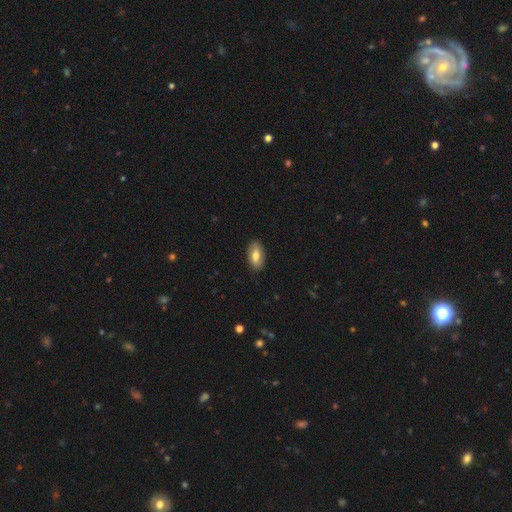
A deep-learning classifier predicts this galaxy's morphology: smooth_or_featured: smooth (p=0.75) [alt: featured or disk p=0.18]
how_rounded: in between (p=0.92) [alt: cigar-shaped p=0.05]
merging: none (p=0.88) [alt: minor disturbance p=0.09]